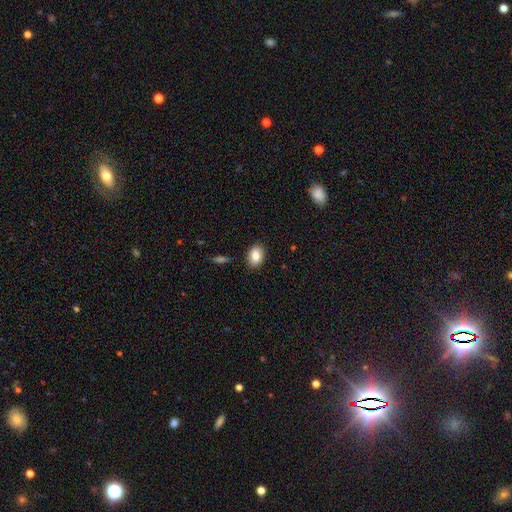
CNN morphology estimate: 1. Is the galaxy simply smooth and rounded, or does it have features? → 85% smooth, 8% featured or disk, 7% star or artifact.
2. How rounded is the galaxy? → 84% in between, 14% round, 2% cigar-shaped.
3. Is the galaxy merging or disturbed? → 86% none, 10% minor disturbance, 2% major disturbance, 2% merger.